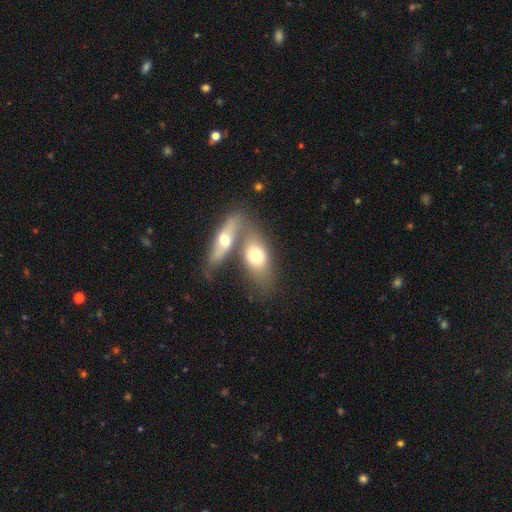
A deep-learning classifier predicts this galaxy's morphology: smooth_or_featured: smooth (p=0.66) [alt: featured or disk p=0.28]
how_rounded: in between (p=0.80) [alt: cigar-shaped p=0.11]
merging: merger (p=0.53) [alt: none p=0.33]